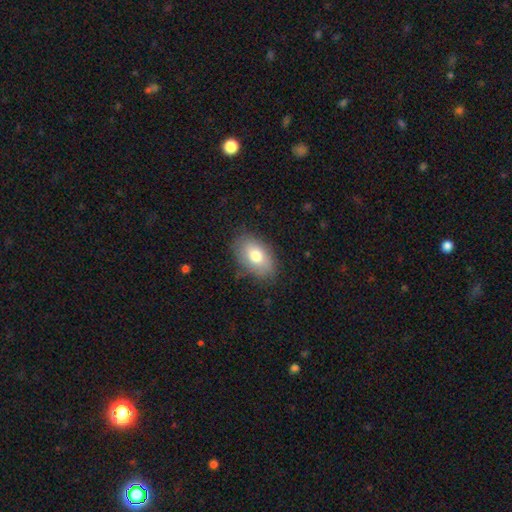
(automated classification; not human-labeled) Q: Smooth or featured?
A: smooth (75%); runner-up: featured or disk (18%)
Q: How rounded?
A: in between (89%); runner-up: round (10%)
Q: Merging?
A: none (78%); runner-up: minor disturbance (17%)